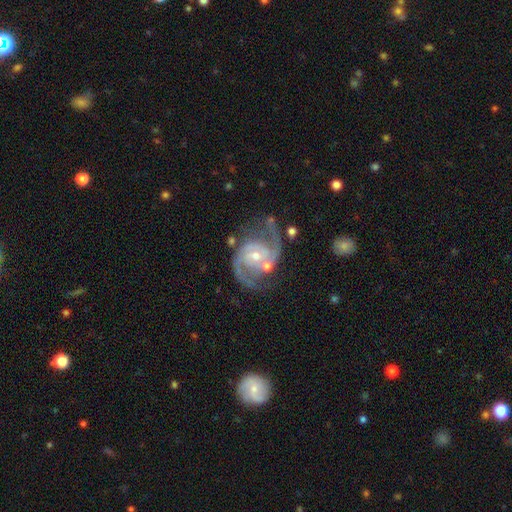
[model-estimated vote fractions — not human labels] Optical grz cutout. It shows a featured or disk galaxy (92%) with no bar (56%), 2 (89%) medium (59%) spiral arms (98%) and a small central bulge (56%). Merging: none (64%).